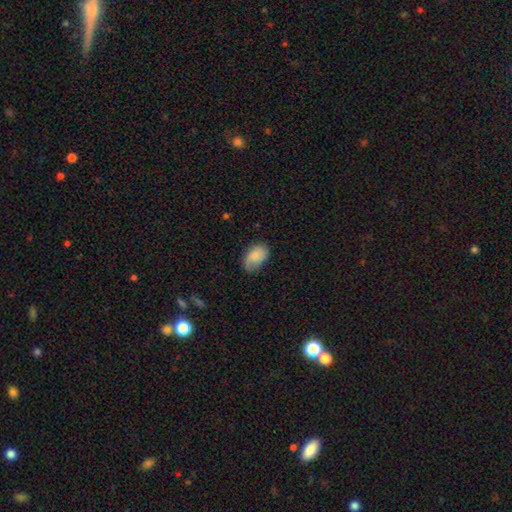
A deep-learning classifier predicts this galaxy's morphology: This appears to be a smooth galaxy with no disk features (81%) that is in between round and cigar-shaped (90%). Merging: none (60%).